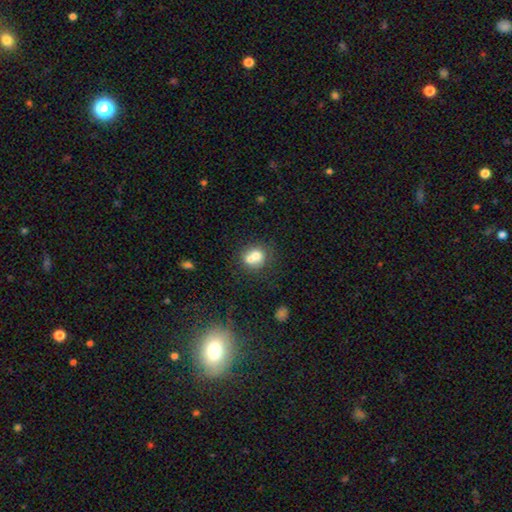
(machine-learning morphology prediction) Overall: smooth (66%). How rounded: round (73%). Merging: merger (59%; none 30%).